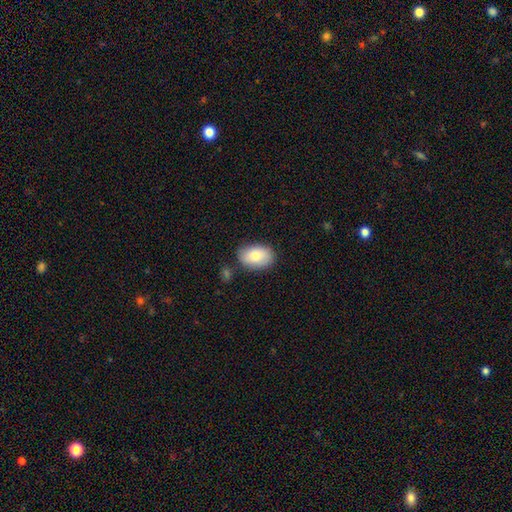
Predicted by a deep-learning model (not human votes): The model was most divided on "merging": none: 79%, minor disturbance: 14%, merger: 4%, major disturbance: 3%. More confident: how rounded — in between (88%); smooth or featured — smooth (81%).